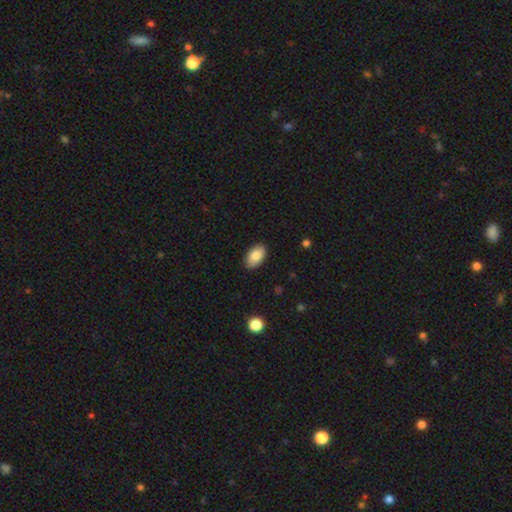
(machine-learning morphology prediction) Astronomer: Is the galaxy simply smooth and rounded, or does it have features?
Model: smooth — 87%.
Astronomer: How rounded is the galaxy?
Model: in between — 94%.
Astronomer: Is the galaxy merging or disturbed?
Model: none — 88%.